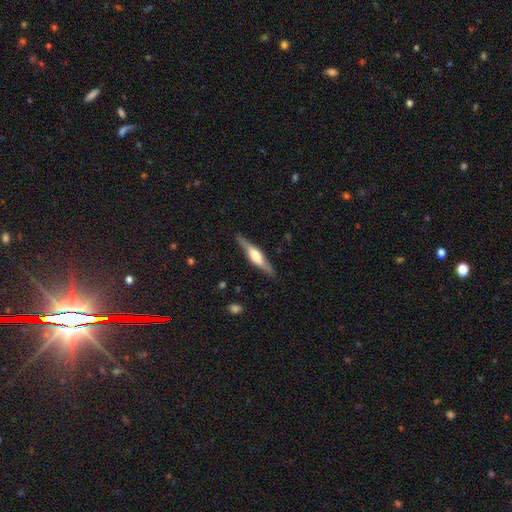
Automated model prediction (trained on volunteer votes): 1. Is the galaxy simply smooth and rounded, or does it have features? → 64% featured or disk, 31% smooth, 5% star or artifact.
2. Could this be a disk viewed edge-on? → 95% yes, 5% no.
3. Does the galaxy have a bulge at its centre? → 64% rounded, 30% boxy, 6% none.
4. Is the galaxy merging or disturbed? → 87% none, 10% minor disturbance, 2% major disturbance, 1% merger.